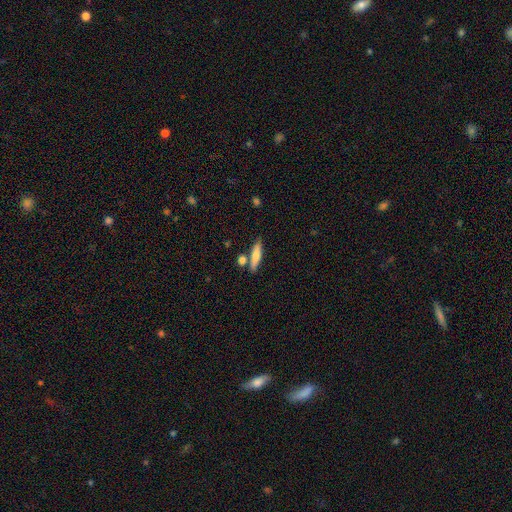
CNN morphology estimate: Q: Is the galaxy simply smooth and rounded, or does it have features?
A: smooth — 71%.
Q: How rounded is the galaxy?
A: cigar-shaped — 76%.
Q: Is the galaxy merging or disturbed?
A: none — 72%.